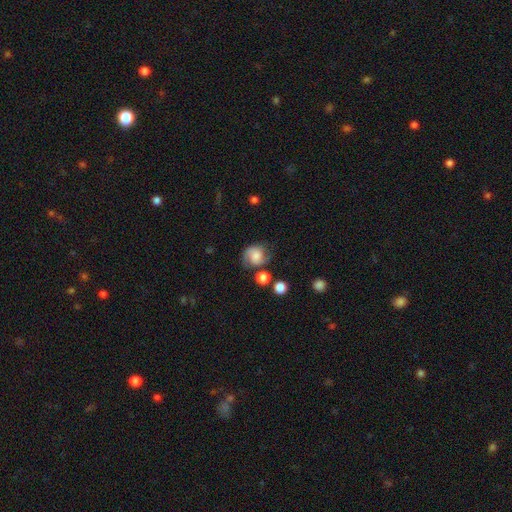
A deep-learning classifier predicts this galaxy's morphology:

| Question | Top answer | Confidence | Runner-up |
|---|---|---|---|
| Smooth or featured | featured or disk | 57% | smooth (33%) |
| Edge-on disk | no | 98% | yes (2%) |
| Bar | no | 60% | weak (33%) |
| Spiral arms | yes | 92% | no (8%) |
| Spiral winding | medium | 48% | tight (28%) |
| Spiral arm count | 2 | 82% | can't tell (8%) |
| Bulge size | moderate | 37% | small (32%) |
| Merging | none | 63% | minor disturbance (21%) |